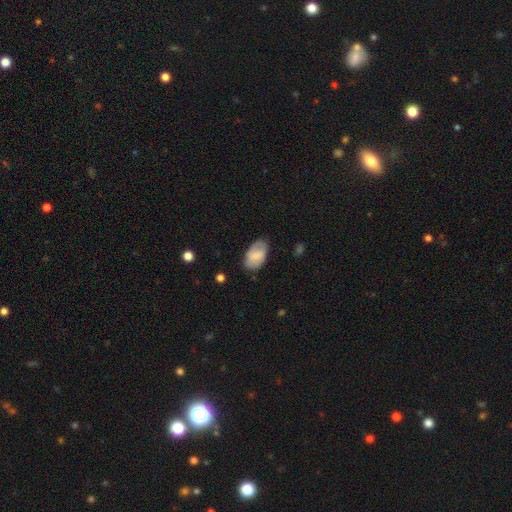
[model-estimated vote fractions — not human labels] Q: Smooth or featured?
A: smooth (69%); runner-up: featured or disk (25%)
Q: How rounded?
A: in between (92%); runner-up: round (6%)
Q: Merging?
A: none (71%); runner-up: minor disturbance (23%)